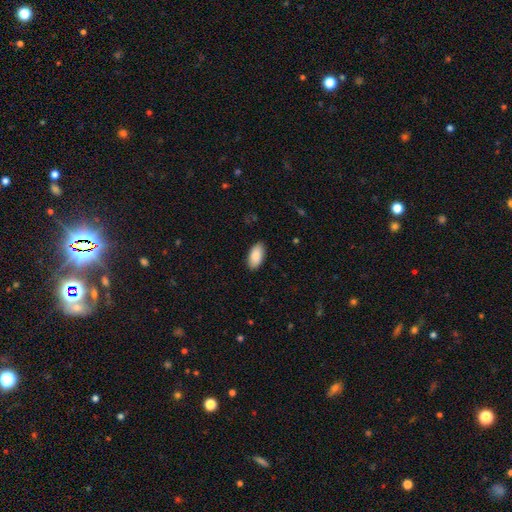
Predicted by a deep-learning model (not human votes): Morphology: type=smooth (89%); roundness=in between (95%); merging=none (88%).